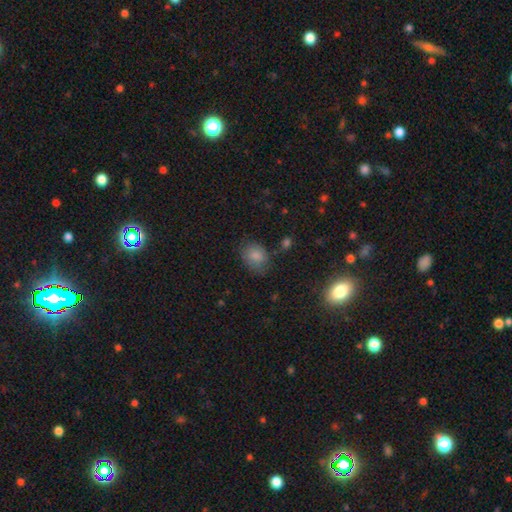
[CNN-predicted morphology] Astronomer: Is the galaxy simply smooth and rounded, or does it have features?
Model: smooth — 82%.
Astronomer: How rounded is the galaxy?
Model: in between — 55% (runner-up: round, 44%).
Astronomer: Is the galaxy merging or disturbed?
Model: none — 69%.